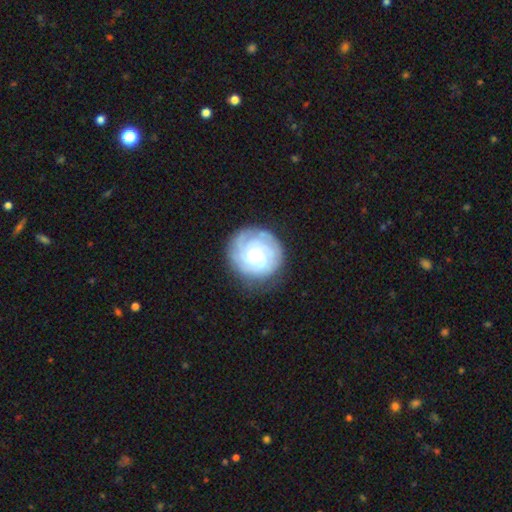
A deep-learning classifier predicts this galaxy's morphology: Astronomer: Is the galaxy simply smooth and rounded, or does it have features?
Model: featured or disk — 68%.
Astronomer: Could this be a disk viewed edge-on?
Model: no — 98%.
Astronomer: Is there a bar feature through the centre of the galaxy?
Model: no — 74%.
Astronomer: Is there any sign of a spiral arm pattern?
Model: yes — 89%.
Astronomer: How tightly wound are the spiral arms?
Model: tight — 72%.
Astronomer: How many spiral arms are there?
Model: can't tell — 46%.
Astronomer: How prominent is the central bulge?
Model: moderate — 55%.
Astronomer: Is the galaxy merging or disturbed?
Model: none — 77%.